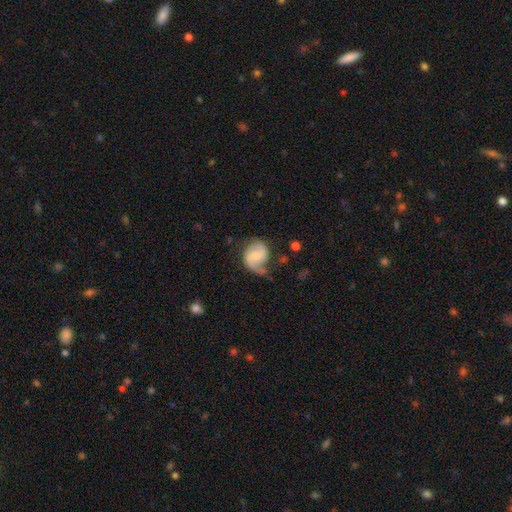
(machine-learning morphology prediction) Smooth or featured: featured or disk — 69% (smooth — 25%)
Edge-on disk: no — 98% (yes — 2%)
Bar: no — 48% (weak — 43%)
Spiral arms: yes — 92% (no — 8%)
Spiral winding: medium — 46% (loose — 31%)
Spiral arm count: 2 — 77% (1 — 13%)
Bulge size: moderate — 46% (small — 43%)
Merging: none — 52% (minor disturbance — 29%)